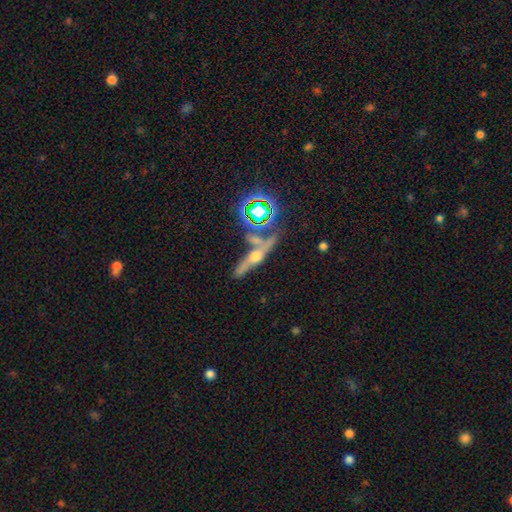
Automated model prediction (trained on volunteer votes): This appears to be a featured or disk galaxy (51%) viewed edge-on (80%). Merging: none (51%).